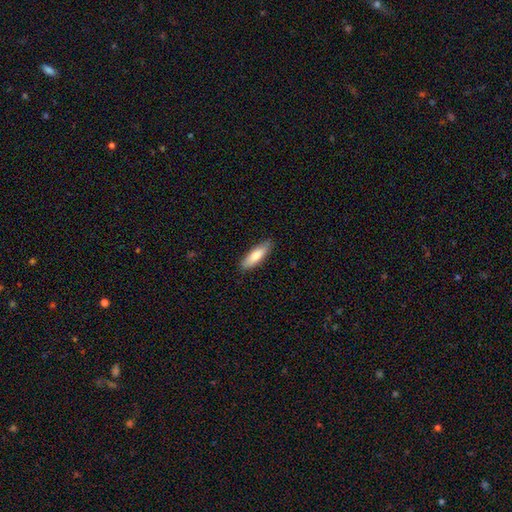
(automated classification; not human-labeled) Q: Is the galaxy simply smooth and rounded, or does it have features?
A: smooth — 81%.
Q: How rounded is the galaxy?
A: cigar-shaped — 53%.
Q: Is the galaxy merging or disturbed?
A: none — 85%.